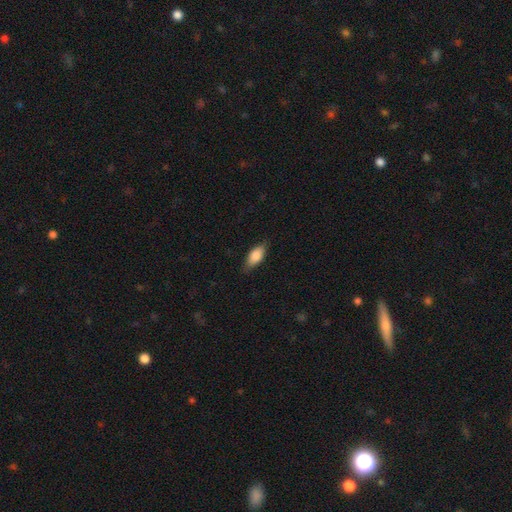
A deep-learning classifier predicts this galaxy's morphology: smooth_or_featured: smooth (p=0.80) [alt: featured or disk p=0.13]
how_rounded: in between (p=0.84) [alt: cigar-shaped p=0.12]
merging: none (p=0.78) [alt: minor disturbance p=0.17]